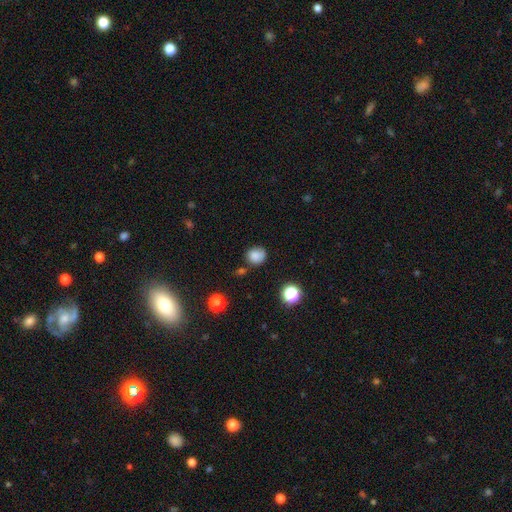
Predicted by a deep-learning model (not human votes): smooth-or-featured: smooth: 81% | star or artifact: 13% | featured or disk: 7%
  how-rounded: round: 74% | in between: 25% | cigar-shaped: 1%
  merging: none: 68% | minor disturbance: 21% | merger: 6% | major disturbance: 5%